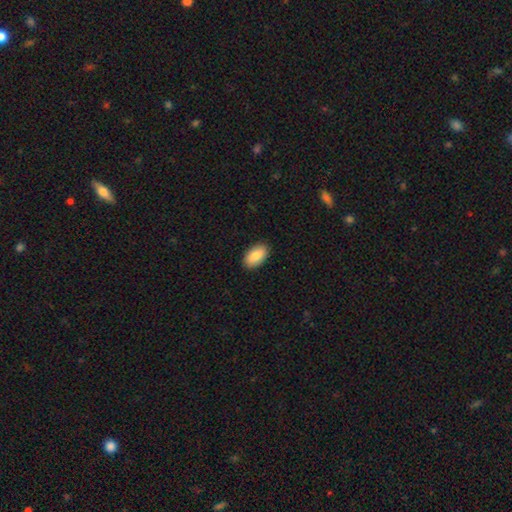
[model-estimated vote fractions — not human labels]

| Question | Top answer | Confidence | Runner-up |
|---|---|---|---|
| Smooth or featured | smooth | 87% | featured or disk (7%) |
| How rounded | in between | 95% | round (4%) |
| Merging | none | 90% | minor disturbance (7%) |